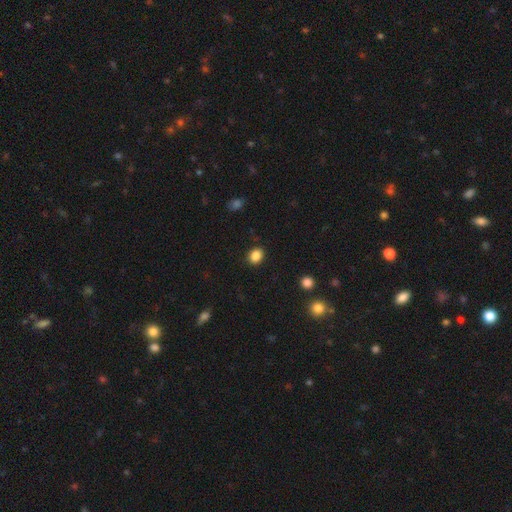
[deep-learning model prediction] This appears to be a smooth galaxy with no disk features (86%) that is round (51%). Merging: none (89%).